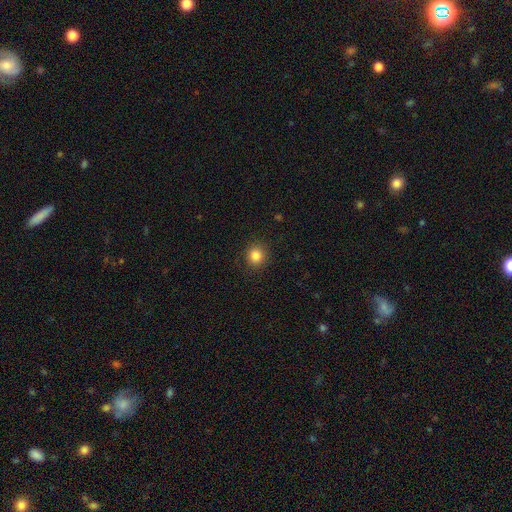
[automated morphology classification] A smooth galaxy with no disk features (84%) that is round (88%).

Vote fractions:
- Smooth or featured? smooth: 84% / star or artifact: 11% / featured or disk: 5%
- How rounded? round: 88% / in between: 11% / cigar-shaped: 1%
- Merging? none: 90% / minor disturbance: 7% / major disturbance: 2% / merger: 1%